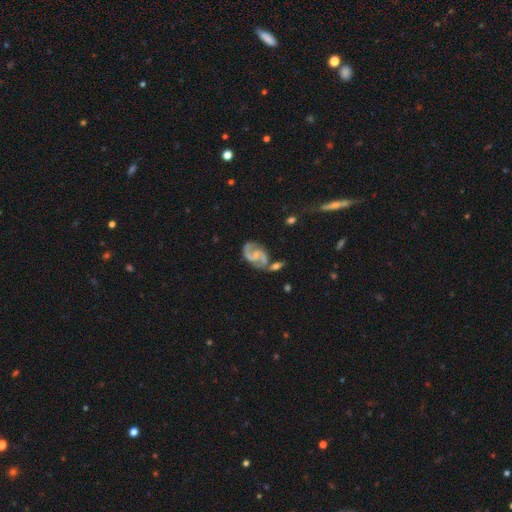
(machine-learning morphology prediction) smooth-or-featured: featured or disk: 87% | smooth: 8% | star or artifact: 5%
  disk-edge-on: no: 98% | yes: 2%
    bar: weak: 45% | no: 43% | strong: 12%
    has-spiral-arms: yes: 96% | no: 4%
      spiral-winding: medium: 55% | loose: 27% | tight: 18%
      spiral-arm-count: 2: 91% | can't tell: 3% | 1: 2% | 3: 1% | 4: 1% | more than 4: 1%
    bulge-size: small: 52% | none: 25% | moderate: 20% | large: 2% | dominant: 1%
  merging: none: 54% | merger: 20% | minor disturbance: 18% | major disturbance: 8%